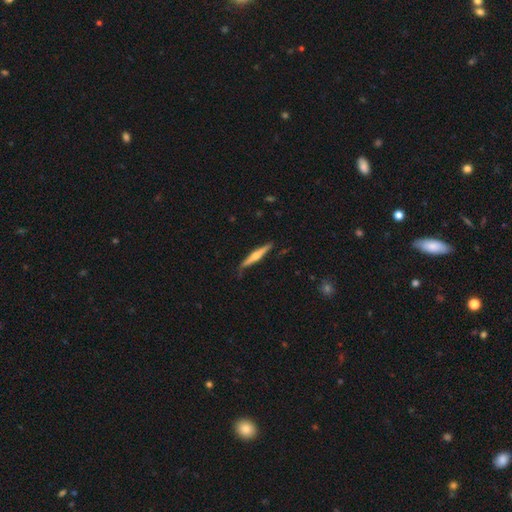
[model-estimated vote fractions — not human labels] Smooth or featured? featured or disk (66%)
Edge-on disk? yes (97%)
Edge-on bulge? rounded (87%)
Merging? none (83%)